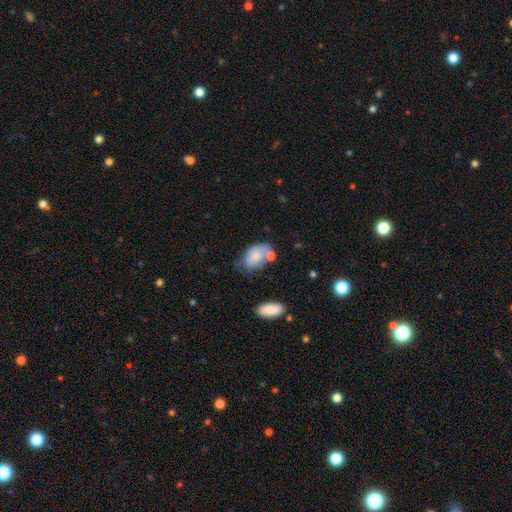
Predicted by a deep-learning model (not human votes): Overall: smooth (75%). How rounded: in between (88%). Merging: none (37%; minor disturbance 31%).